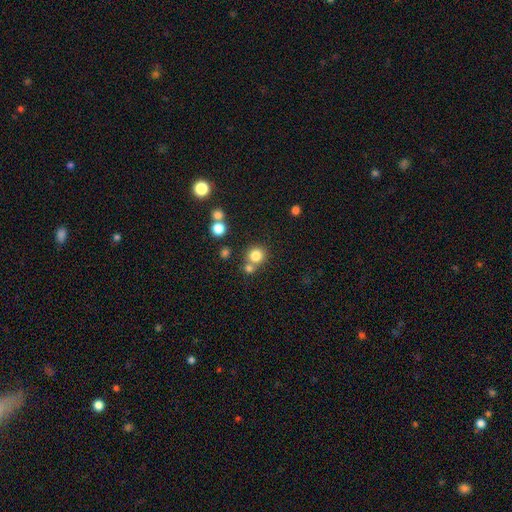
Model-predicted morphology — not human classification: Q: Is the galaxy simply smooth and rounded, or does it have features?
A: smooth — 81%.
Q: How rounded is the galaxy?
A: round — 91%.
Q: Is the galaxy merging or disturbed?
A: none — 66%.